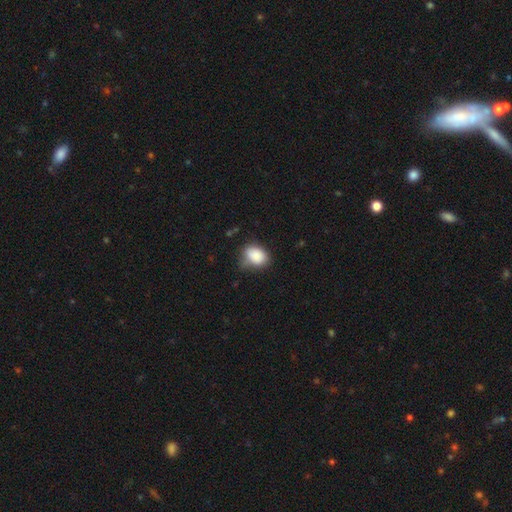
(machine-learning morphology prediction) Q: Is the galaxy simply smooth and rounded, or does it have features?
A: smooth — 87%.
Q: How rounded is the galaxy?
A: in between — 73%.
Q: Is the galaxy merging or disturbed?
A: none — 59%.